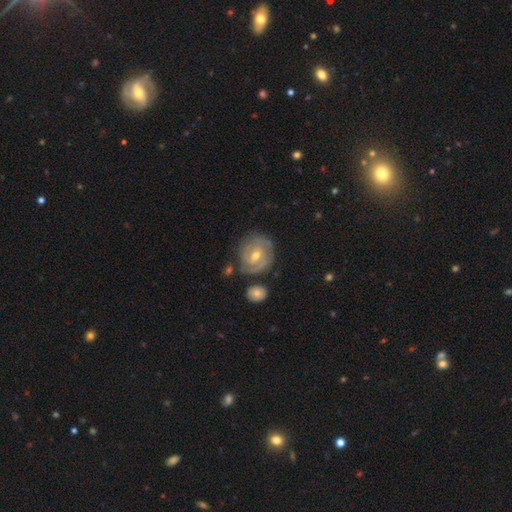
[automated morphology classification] Overall: featured or disk (73%). Edge-on disk: no (97%). Bar: weak (50%; no 38%). Spiral arms: yes (83%). Spiral arm count: 2 (41%; can't tell 35%). Spiral winding: tight (65%; medium 27%). Bulge size: moderate (58%; small 38%). Merging: none (67%).